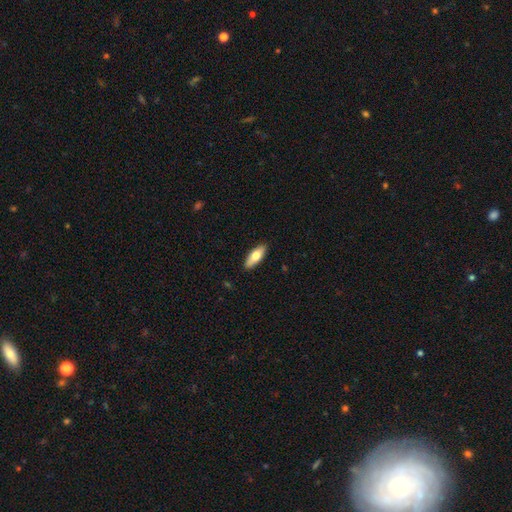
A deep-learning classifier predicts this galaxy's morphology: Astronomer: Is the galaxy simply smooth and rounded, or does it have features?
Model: smooth — 72%.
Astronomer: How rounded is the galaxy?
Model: in between — 69%.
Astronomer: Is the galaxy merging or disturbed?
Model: none — 89%.